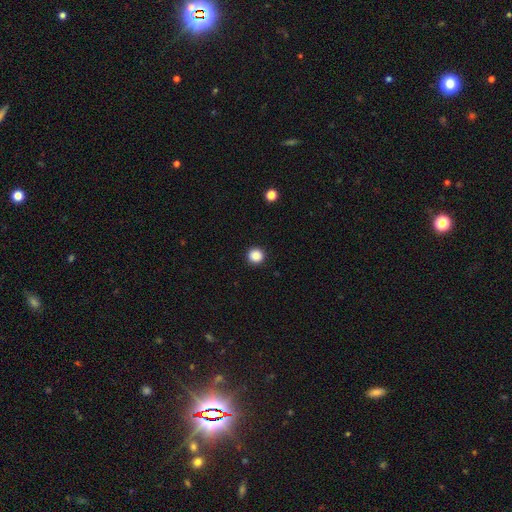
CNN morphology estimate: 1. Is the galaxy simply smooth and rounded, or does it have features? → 87% smooth, 10% star or artifact, 3% featured or disk.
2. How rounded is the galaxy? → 96% round, 3% in between, 1% cigar-shaped.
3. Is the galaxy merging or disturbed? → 93% none, 4% minor disturbance, 2% major disturbance, 1% merger.